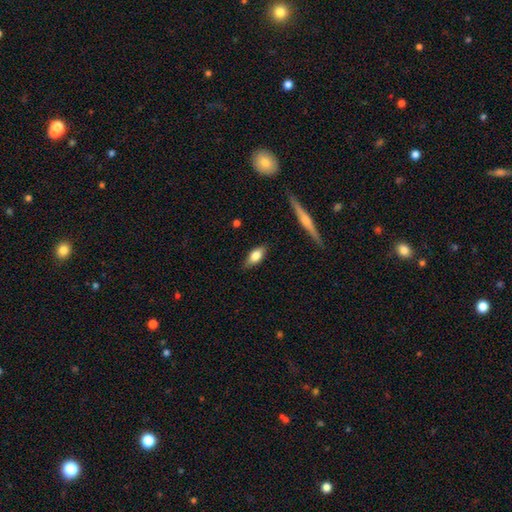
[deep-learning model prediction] A smooth galaxy with no disk features (69%) that is in between round and cigar-shaped (79%). Merging: none (83%).